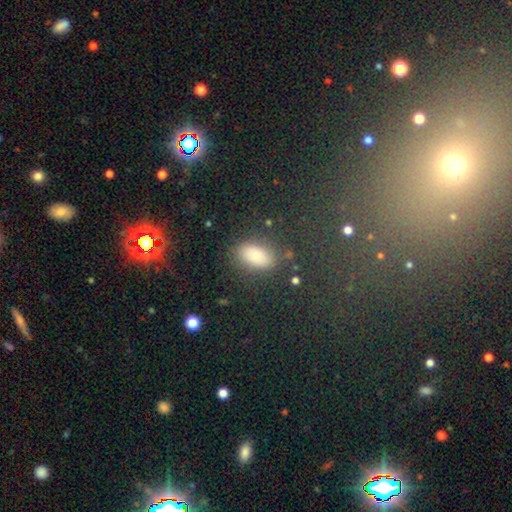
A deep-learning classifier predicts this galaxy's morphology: Overall: smooth (76%). How rounded: in between (88%). Merging: none (78%).